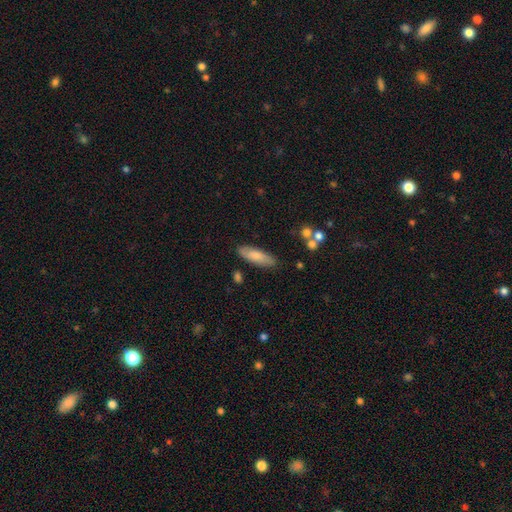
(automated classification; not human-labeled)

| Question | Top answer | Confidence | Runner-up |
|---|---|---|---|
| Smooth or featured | smooth | 78% | featured or disk (16%) |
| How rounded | in between | 53% | cigar-shaped (45%) |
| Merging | none | 83% | minor disturbance (12%) |